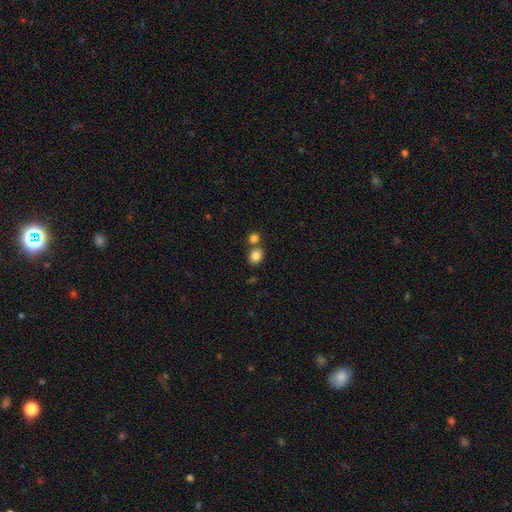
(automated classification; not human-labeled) The model was most divided on "how rounded": round: 63%, in between: 36%, cigar-shaped: 1%. More confident: smooth or featured — smooth (82%); merging — none (61%).